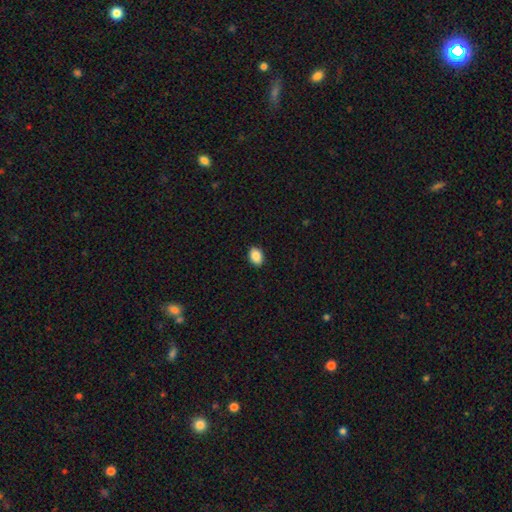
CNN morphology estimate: Smooth or featured? smooth (88%)
How rounded? in between (80%)
Merging? none (89%)